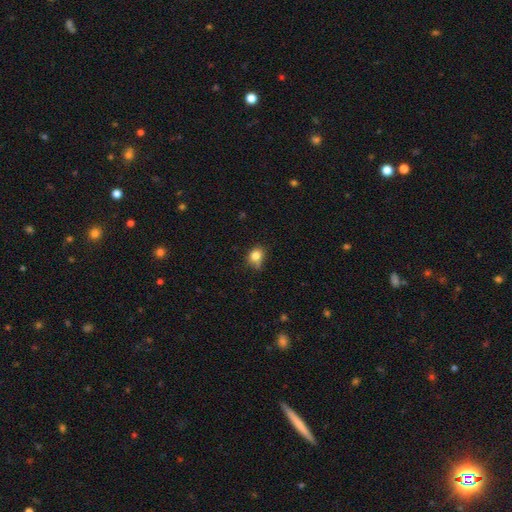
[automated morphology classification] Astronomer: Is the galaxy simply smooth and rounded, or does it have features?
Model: smooth — 80%.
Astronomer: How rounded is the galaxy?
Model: round — 59% (runner-up: in between, 40%).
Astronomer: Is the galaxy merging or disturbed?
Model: none — 52% (runner-up: minor disturbance, 34%).